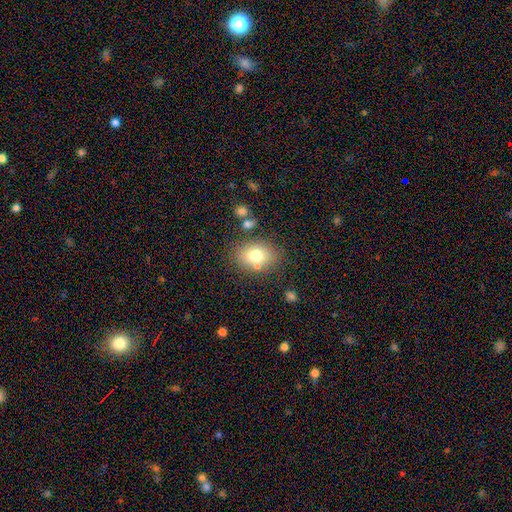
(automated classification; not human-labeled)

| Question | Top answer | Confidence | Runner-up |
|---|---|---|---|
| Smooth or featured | smooth | 74% | featured or disk (15%) |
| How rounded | in between | 68% | round (31%) |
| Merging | none | 71% | minor disturbance (14%) |